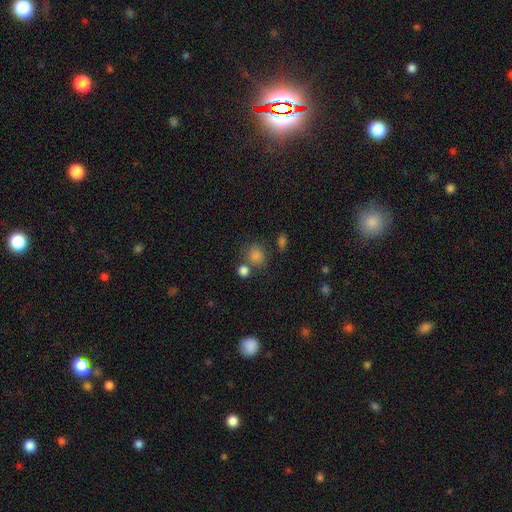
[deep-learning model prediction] smooth_or_featured: smooth (p=0.80) [alt: star or artifact p=0.14]
how_rounded: round (p=0.76) [alt: in between p=0.23]
merging: none (p=0.62) [alt: merger p=0.18]